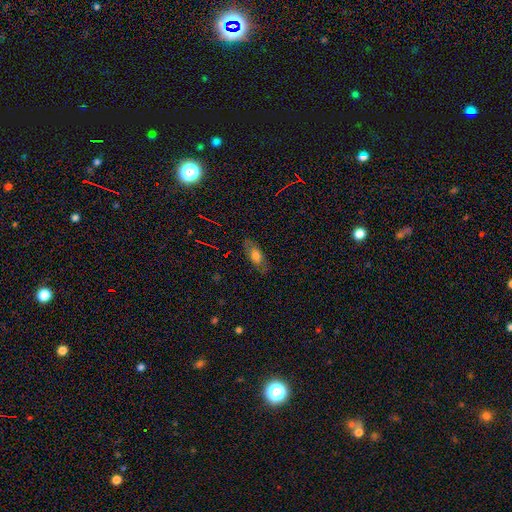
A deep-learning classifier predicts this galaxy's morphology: Smooth or featured? smooth (64%)
How rounded? in between (80%)
Merging? none (80%)